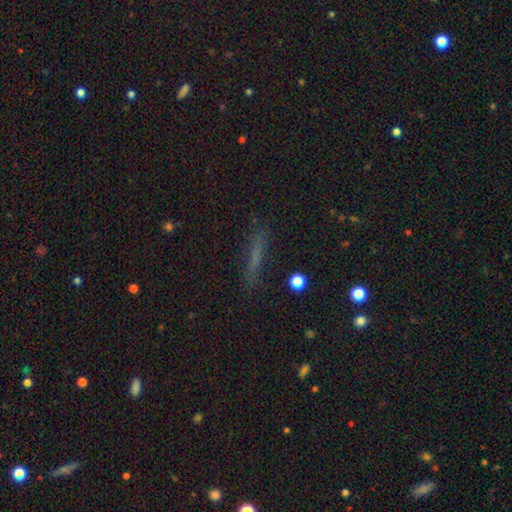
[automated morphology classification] A smooth galaxy with no disk features (52%) that is cigar-shaped (88%). Merging: none (78%).